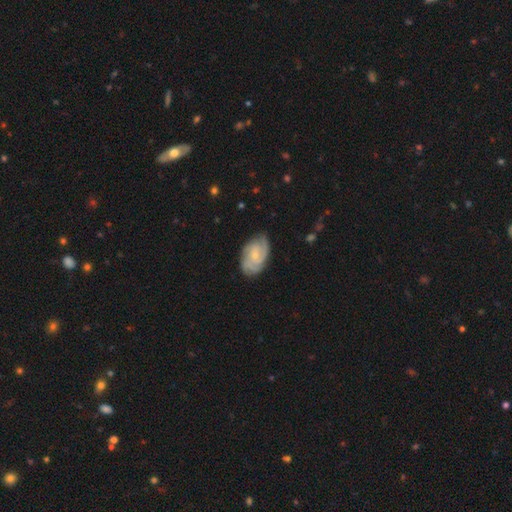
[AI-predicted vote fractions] smooth-or-featured: featured or disk: 78% | smooth: 16% | star or artifact: 6%
  disk-edge-on: no: 97% | yes: 3%
    bar: no: 68% | weak: 28% | strong: 4%
    has-spiral-arms: yes: 96% | no: 4%
      spiral-winding: tight: 61% | medium: 32% | loose: 8%
      spiral-arm-count: 3: 31% | can't tell: 25% | 2: 16% | 4: 16% | more than 4: 6% | 1: 5%
    bulge-size: small: 69% | moderate: 24% | none: 4% | large: 1% | dominant: 1%
  merging: none: 75% | minor disturbance: 19% | major disturbance: 5% | merger: 1%